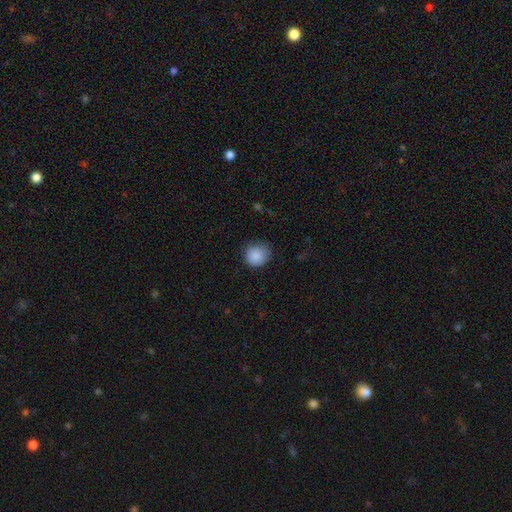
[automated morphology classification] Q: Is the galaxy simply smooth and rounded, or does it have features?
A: smooth — 87%.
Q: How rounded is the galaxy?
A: round — 88%.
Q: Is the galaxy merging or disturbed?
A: none — 76%.